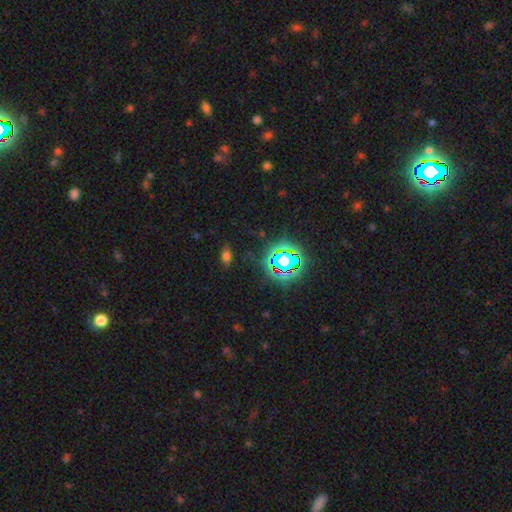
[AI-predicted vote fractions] Q: Smooth or featured?
A: star or artifact (76%); runner-up: smooth (16%)